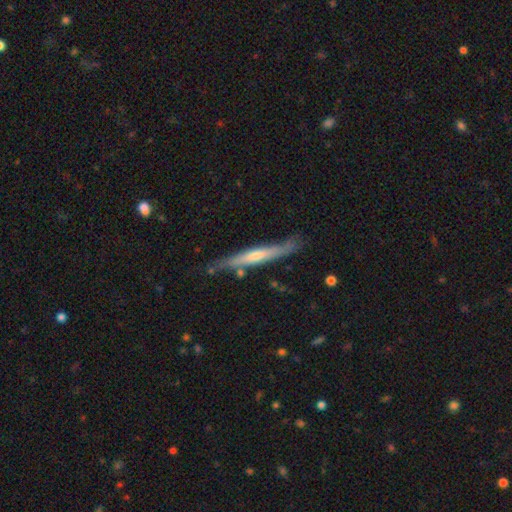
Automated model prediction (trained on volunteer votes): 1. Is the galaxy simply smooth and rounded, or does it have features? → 72% featured or disk, 21% smooth, 7% star or artifact.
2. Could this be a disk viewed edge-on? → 91% yes, 9% no.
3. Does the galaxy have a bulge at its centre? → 60% rounded, 29% none, 10% boxy.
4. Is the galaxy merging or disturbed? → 77% none, 17% minor disturbance, 4% major disturbance, 2% merger.